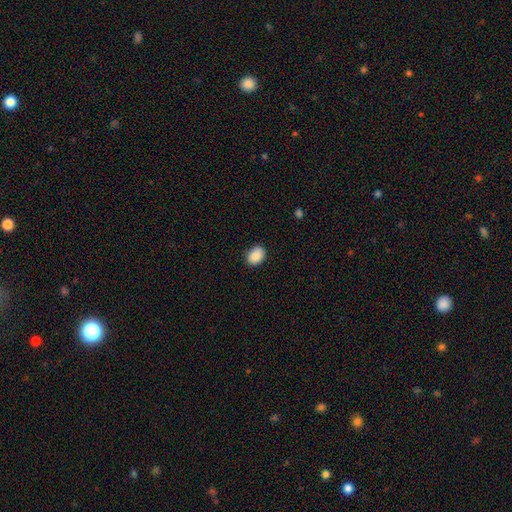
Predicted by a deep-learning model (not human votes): Overall: smooth (90%). How rounded: in between (74%). Merging: none (86%).